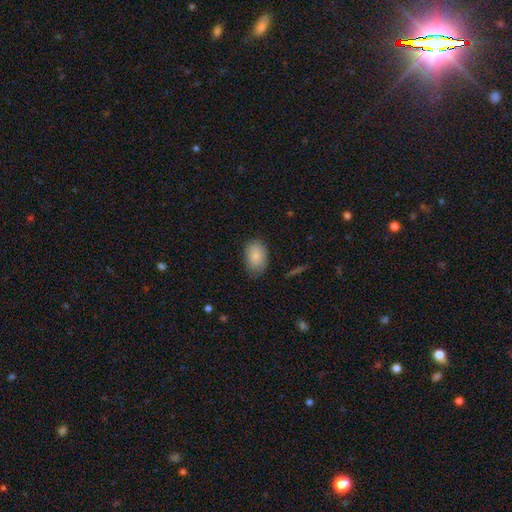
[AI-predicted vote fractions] This is clearly a smooth galaxy (85%). How rounded: clearly in between (87%). Merging: likely none (72%).